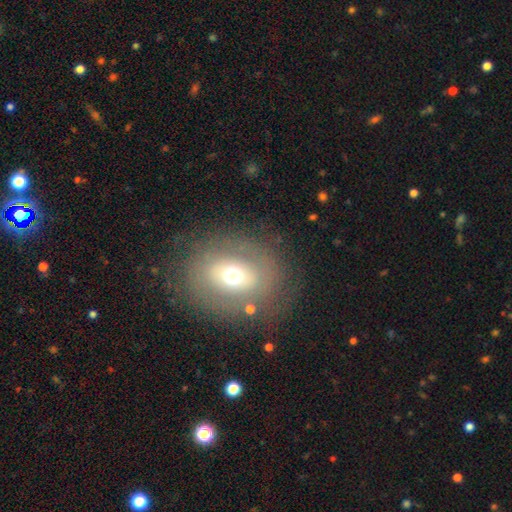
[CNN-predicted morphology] A smooth galaxy with no disk features (45%). Merging: none (79%).